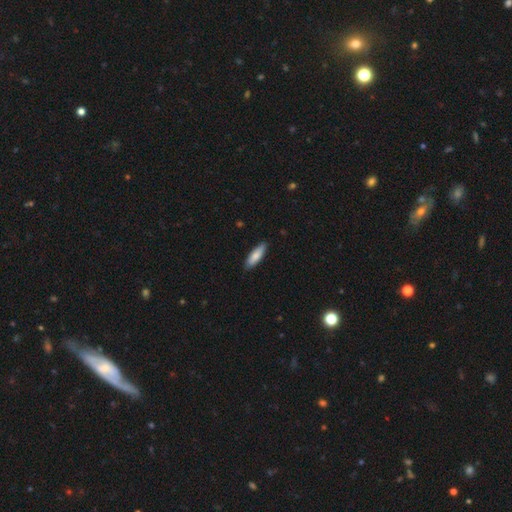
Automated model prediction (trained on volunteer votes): A smooth galaxy with no disk features (80%) that is cigar-shaped (55%).

Vote fractions:
- Smooth or featured? smooth: 80% / featured or disk: 14% / star or artifact: 5%
- How rounded? cigar-shaped: 55% / in between: 43% / round: 2%
- Merging? none: 86% / minor disturbance: 11% / major disturbance: 2% / merger: 1%